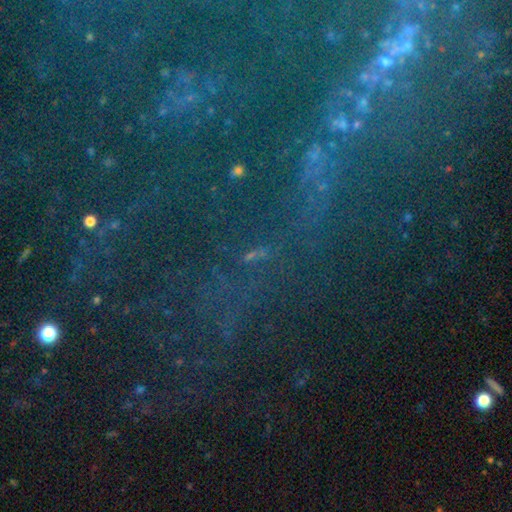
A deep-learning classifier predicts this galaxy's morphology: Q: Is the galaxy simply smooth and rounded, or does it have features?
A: star or artifact — 76%.